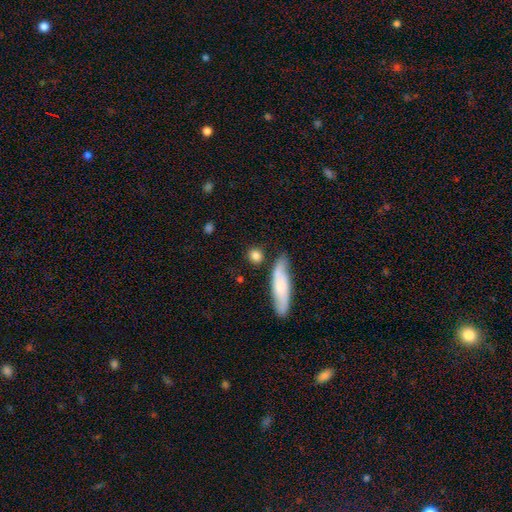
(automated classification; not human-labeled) smooth 81%, featured or disk 12%, star or artifact 7%. Down the decision tree: how rounded — round (69%); merging — none (77%).